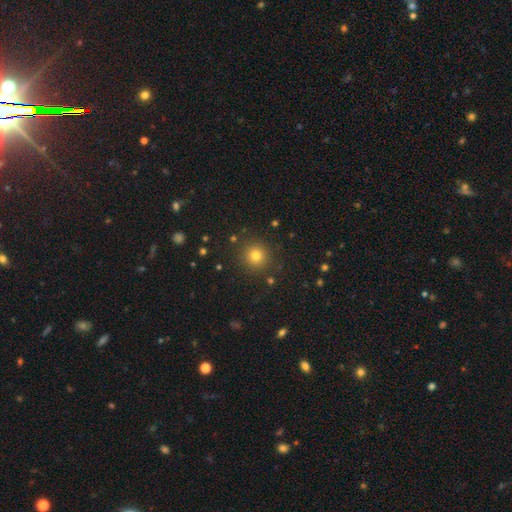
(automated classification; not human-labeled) This appears to be a smooth galaxy with no disk features (79%) that is round (94%). Merging: none (89%).